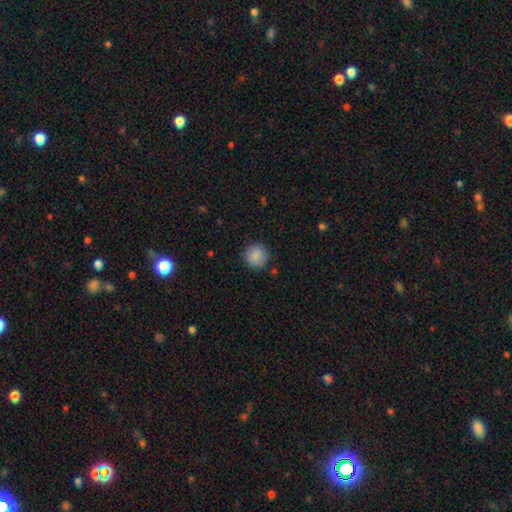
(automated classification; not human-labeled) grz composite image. It shows a smooth galaxy with no disk features (86%) that is round (91%). Merging: none (85%).